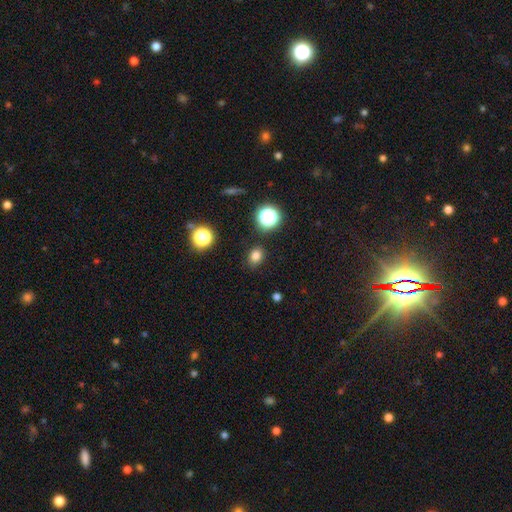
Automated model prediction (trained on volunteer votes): Overall: smooth (79%). How rounded: in between (55%; round 44%). Merging: none (85%).